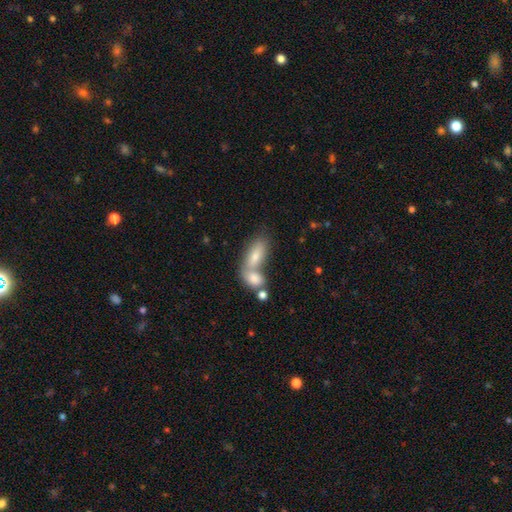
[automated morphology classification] type=smooth (77%); roundness=in between (82%); merging=merger (58%).